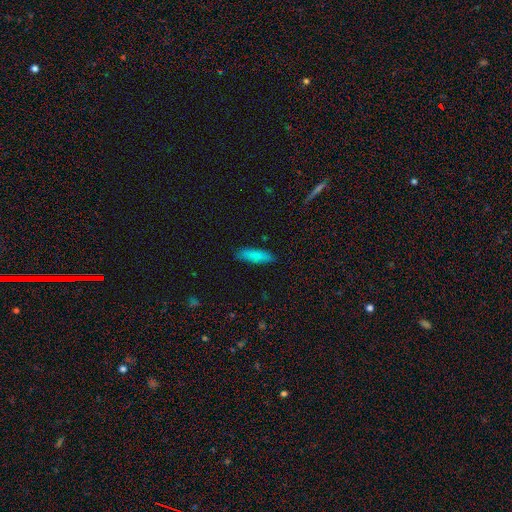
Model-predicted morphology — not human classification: A smooth galaxy with no disk features (83%) that is cigar-shaped (53%).

Vote fractions:
- Smooth or featured? smooth: 83% / featured or disk: 10% / star or artifact: 6%
- How rounded? cigar-shaped: 53% / in between: 45% / round: 2%
- Merging? none: 87% / minor disturbance: 10% / major disturbance: 2% / merger: 1%